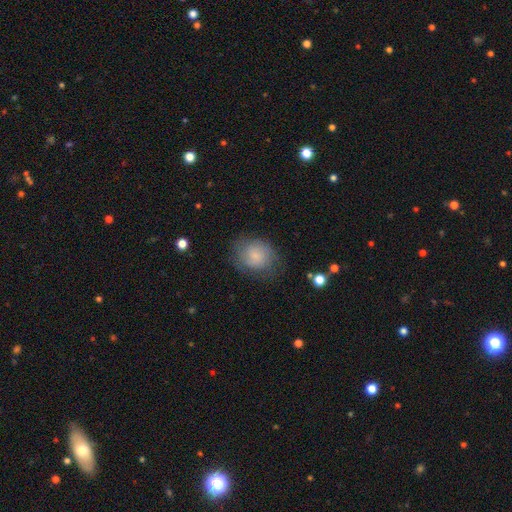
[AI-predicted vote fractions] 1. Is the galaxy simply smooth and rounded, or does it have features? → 65% smooth, 26% featured or disk, 9% star or artifact.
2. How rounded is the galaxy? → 64% round, 35% in between, 1% cigar-shaped.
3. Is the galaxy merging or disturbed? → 68% none, 21% minor disturbance, 9% major disturbance, 1% merger.